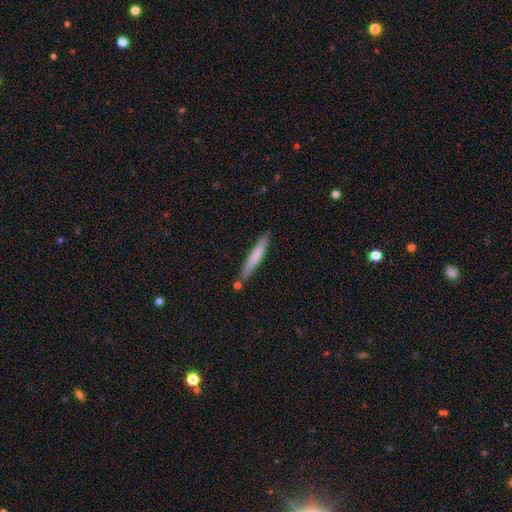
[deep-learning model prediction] Overall: smooth (66%; featured or disk 29%). How rounded: cigar-shaped (95%). Merging: none (79%).